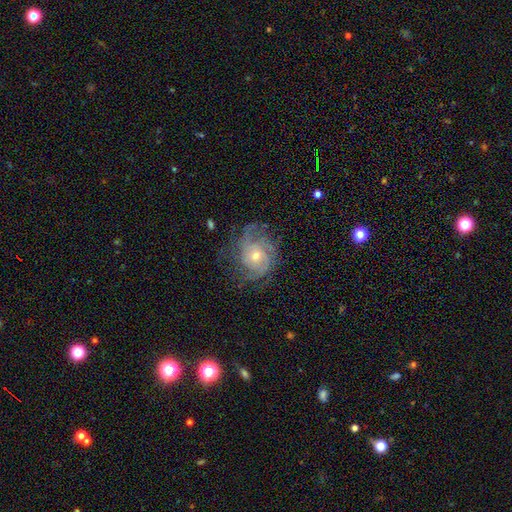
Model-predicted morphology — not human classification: smooth_or_featured: featured or disk (p=0.80) [alt: smooth p=0.12]
disk_edge_on: no (p=0.98) [alt: yes p=0.02]
bar: no (p=0.77) [alt: weak p=0.20]
has_spiral_arms: yes (p=0.92) [alt: no p=0.08]
spiral_winding: tight (p=0.53) [alt: medium p=0.35]
spiral_arm_count: can't tell (p=0.35) [alt: 3 p=0.21]
bulge_size: small (p=0.54) [alt: moderate p=0.42]
merging: none (p=0.66) [alt: minor disturbance p=0.20]